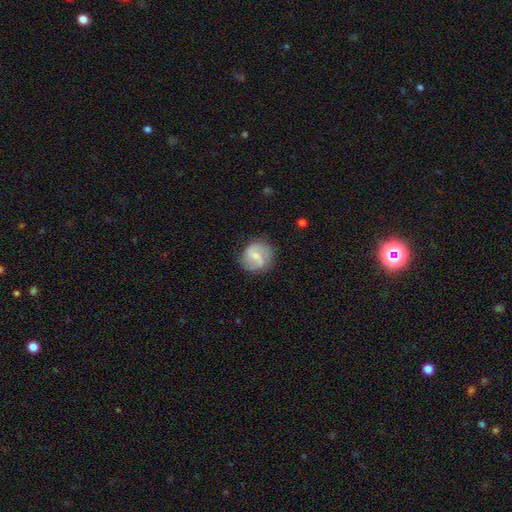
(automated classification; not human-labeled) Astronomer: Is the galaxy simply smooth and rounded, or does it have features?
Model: featured or disk — 49% (runner-up: smooth, 44%).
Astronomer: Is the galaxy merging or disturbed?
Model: none — 77%.